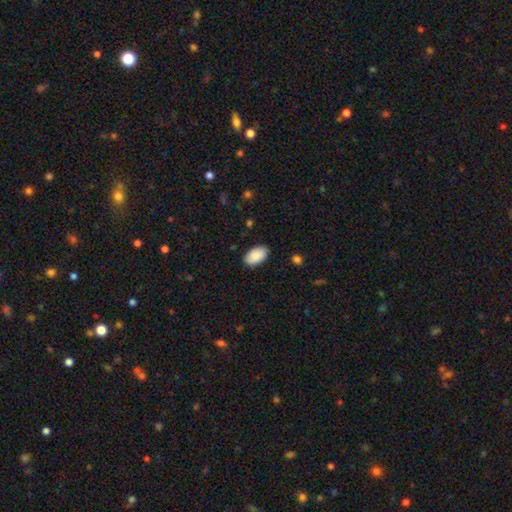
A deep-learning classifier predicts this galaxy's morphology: This is clearly a smooth galaxy (89%). How rounded: clearly in between (94%). Merging: clearly none (87%).